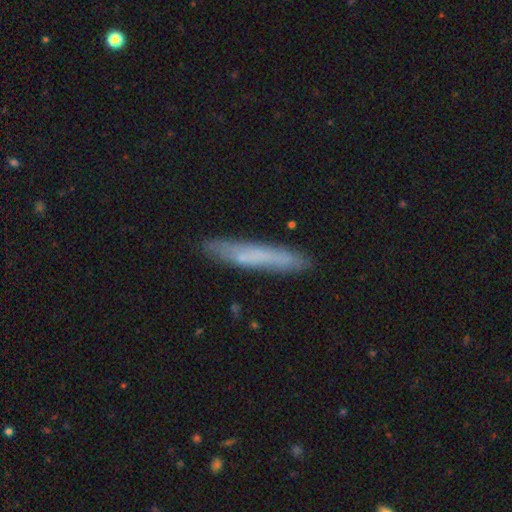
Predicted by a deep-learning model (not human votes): A smooth galaxy with no disk features (59%) that is cigar-shaped (94%).

Vote fractions:
- Smooth or featured? smooth: 59% / featured or disk: 34% / star or artifact: 7%
- How rounded? cigar-shaped: 94% / in between: 5% / round: 1%
- Merging? none: 84% / minor disturbance: 12% / major disturbance: 2% / merger: 2%